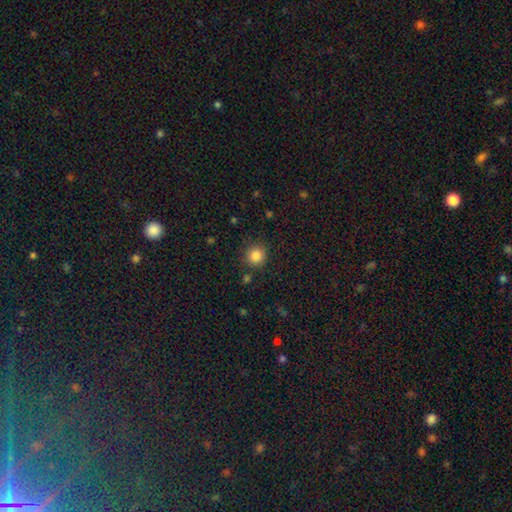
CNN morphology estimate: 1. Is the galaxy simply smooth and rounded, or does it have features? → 85% smooth, 11% star or artifact, 4% featured or disk.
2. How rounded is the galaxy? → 91% round, 8% in between, 1% cigar-shaped.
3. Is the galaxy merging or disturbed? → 87% none, 8% minor disturbance, 3% major disturbance, 3% merger.